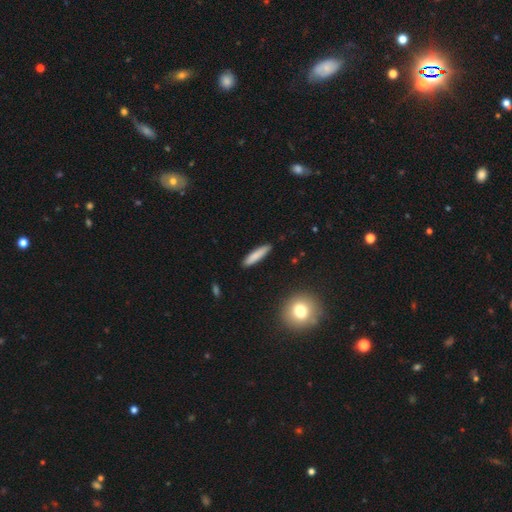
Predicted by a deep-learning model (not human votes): A smooth galaxy with no disk features (82%) that is cigar-shaped (85%).

Vote fractions:
- Smooth or featured? smooth: 82% / featured or disk: 12% / star or artifact: 6%
- How rounded? cigar-shaped: 85% / in between: 13% / round: 1%
- Merging? none: 90% / minor disturbance: 8% / major disturbance: 1% / merger: 1%